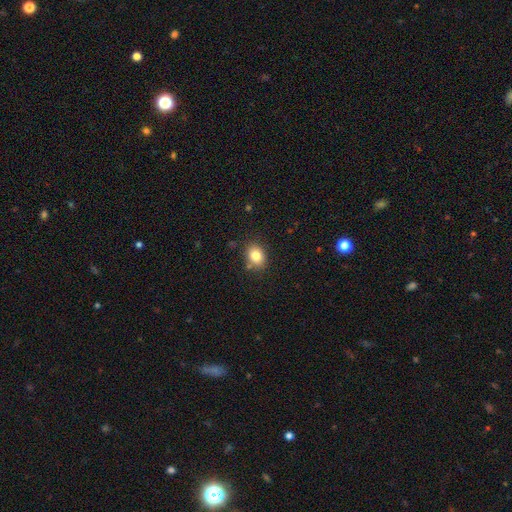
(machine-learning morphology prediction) A smooth galaxy with no disk features (82%) that is in between round and cigar-shaped (58%). Merging: none (81%).